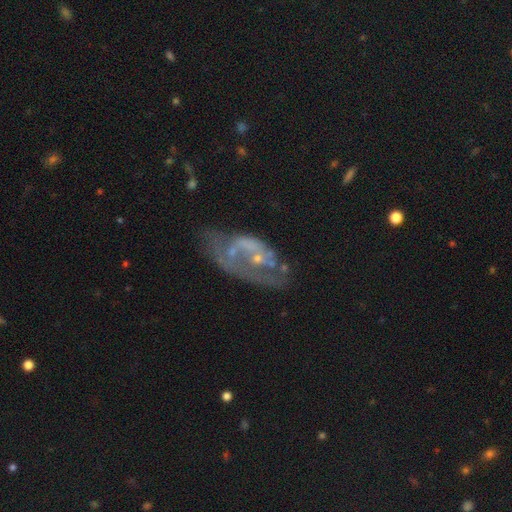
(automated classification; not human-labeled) Smooth or featured?
  - featured or disk: 70% *
  - smooth: 19%
  - star or artifact: 11%
Edge-on disk?
  - no: 96% *
  - yes: 4%
Bar?
  - no: 75% *
  - weak: 20%
  - strong: 5%
Spiral arms?
  - no: 56% *
  - yes: 44%
Bulge size?
  - small: 56% *
  - none: 26%
  - moderate: 15%
  - large: 2%
  - dominant: 1%
Merging?
  - none: 35% *
  - major disturbance: 32%
  - minor disturbance: 22%
  - merger: 11%